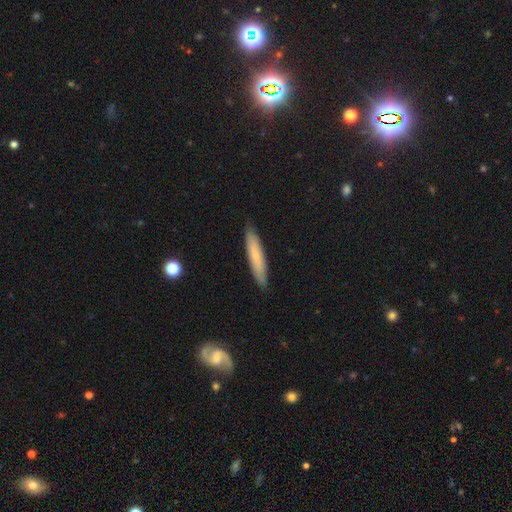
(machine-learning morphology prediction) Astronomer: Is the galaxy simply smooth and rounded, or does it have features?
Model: smooth — 67%.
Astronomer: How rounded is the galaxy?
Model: cigar-shaped — 90%.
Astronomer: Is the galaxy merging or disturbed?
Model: none — 89%.